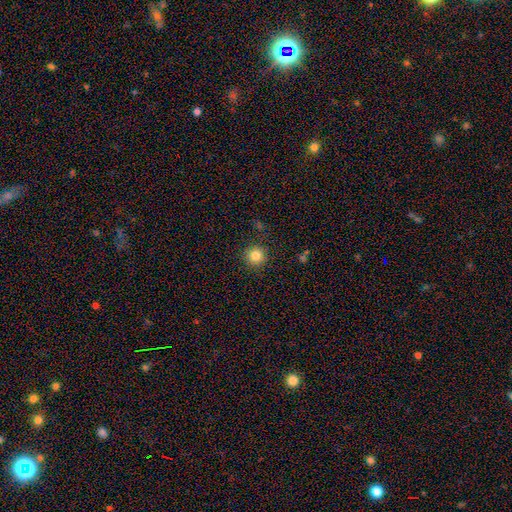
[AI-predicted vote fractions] Smooth or featured? Predicted: smooth (p=0.83). How rounded? Predicted: round (p=0.95). Merging? Predicted: none (p=0.90).